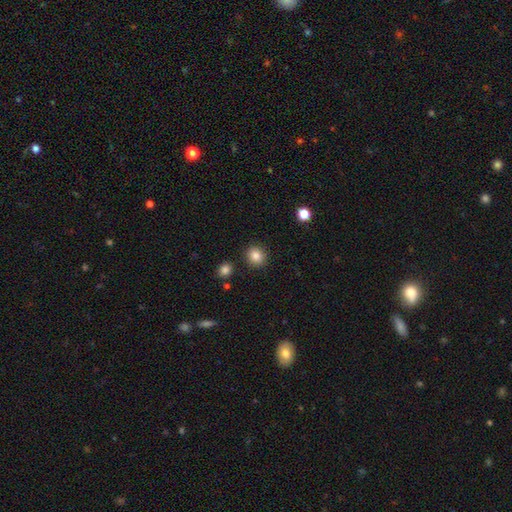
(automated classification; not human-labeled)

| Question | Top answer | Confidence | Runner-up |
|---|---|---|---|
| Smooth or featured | smooth | 85% | star or artifact (10%) |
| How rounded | round | 85% | in between (14%) |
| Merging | none | 89% | minor disturbance (6%) |